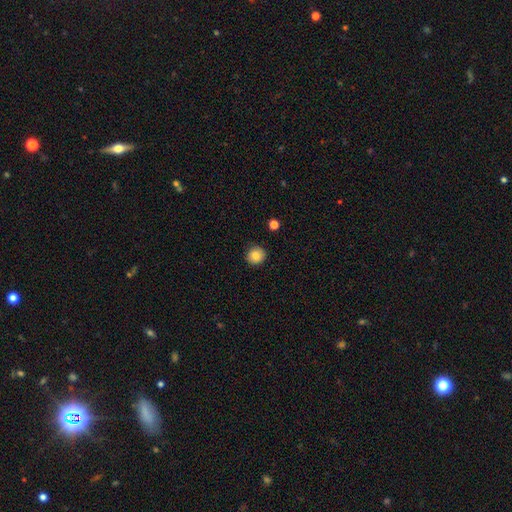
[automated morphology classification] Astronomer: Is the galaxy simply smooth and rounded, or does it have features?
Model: smooth — 84%.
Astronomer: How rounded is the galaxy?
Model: round — 89%.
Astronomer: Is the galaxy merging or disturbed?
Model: none — 89%.